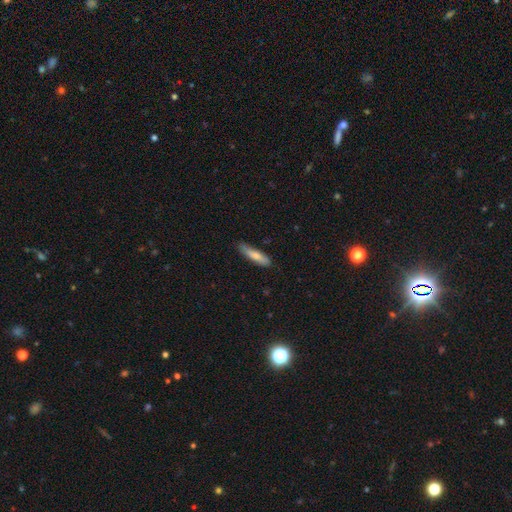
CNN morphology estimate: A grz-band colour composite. It shows a smooth galaxy with no disk features (76%) that is cigar-shaped (76%). Merging: none (76%).